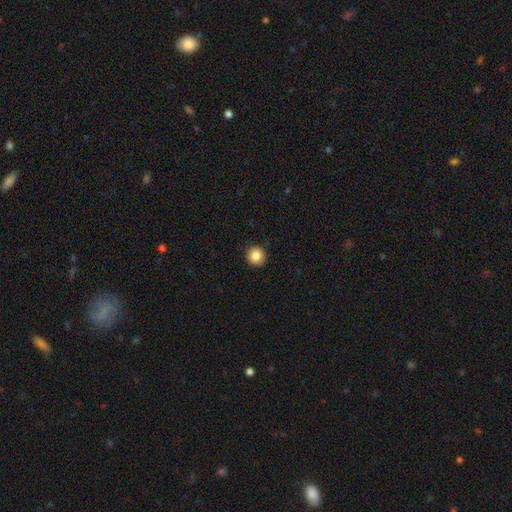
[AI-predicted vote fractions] Overall: smooth (86%). How rounded: round (94%). Merging: none (92%).